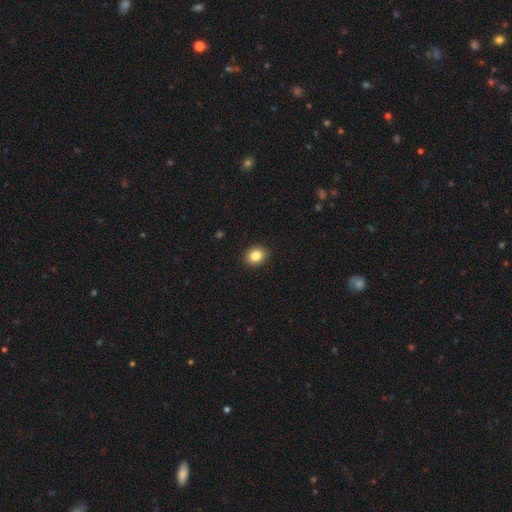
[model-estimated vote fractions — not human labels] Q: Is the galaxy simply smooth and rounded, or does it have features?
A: smooth — 84%.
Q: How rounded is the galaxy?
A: round — 63%.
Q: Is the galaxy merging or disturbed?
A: none — 91%.